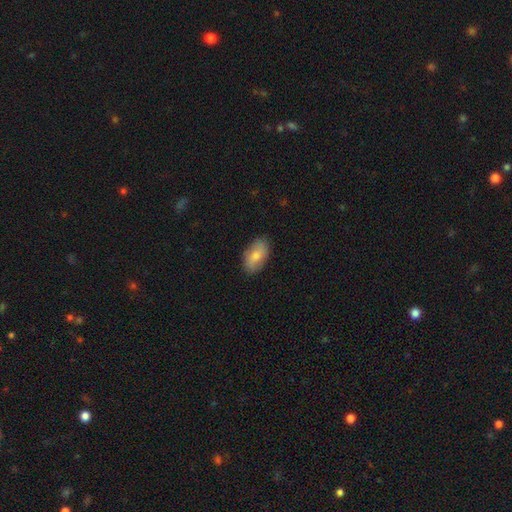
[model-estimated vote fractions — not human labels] A smooth galaxy with no disk features (78%) that is in between round and cigar-shaped (93%).

Vote fractions:
- Smooth or featured? smooth: 78% / featured or disk: 16% / star or artifact: 6%
- How rounded? in between: 93% / round: 4% / cigar-shaped: 2%
- Merging? none: 86% / minor disturbance: 11% / major disturbance: 2% / merger: 1%